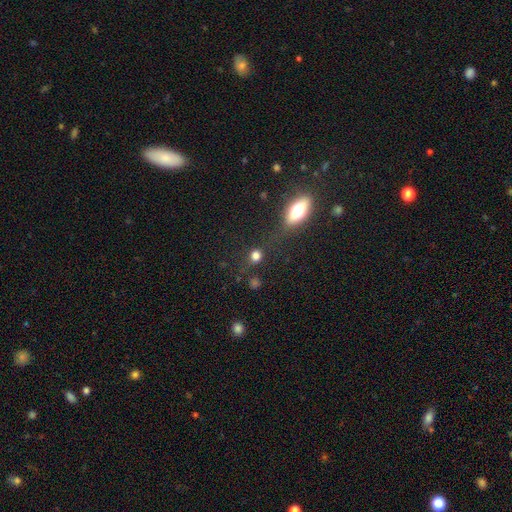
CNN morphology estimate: Smooth or featured: smooth — 77% (star or artifact — 16%)
How rounded: round — 81% (in between — 17%)
Merging: none — 75% (minor disturbance — 12%)